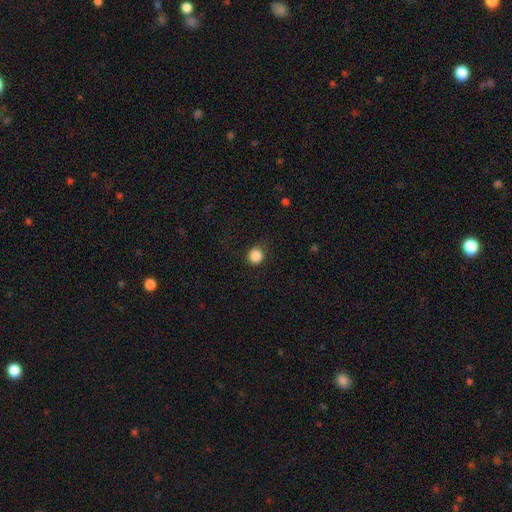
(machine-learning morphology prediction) A smooth galaxy with no disk features (87%) that is round (86%). Merging: none (84%).